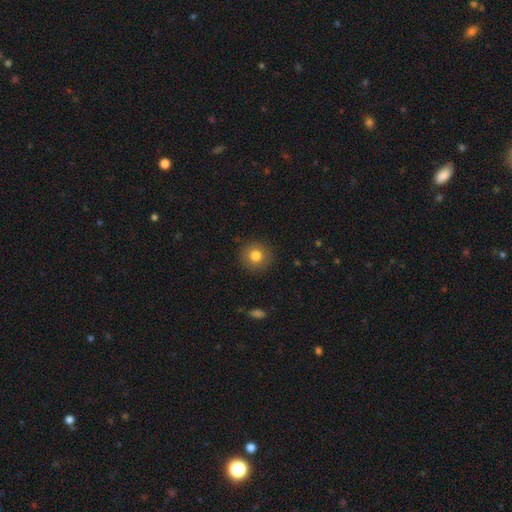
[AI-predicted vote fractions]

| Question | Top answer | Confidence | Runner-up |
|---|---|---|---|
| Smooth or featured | smooth | 80% | featured or disk (11%) |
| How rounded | round | 93% | in between (6%) |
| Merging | none | 90% | minor disturbance (7%) |